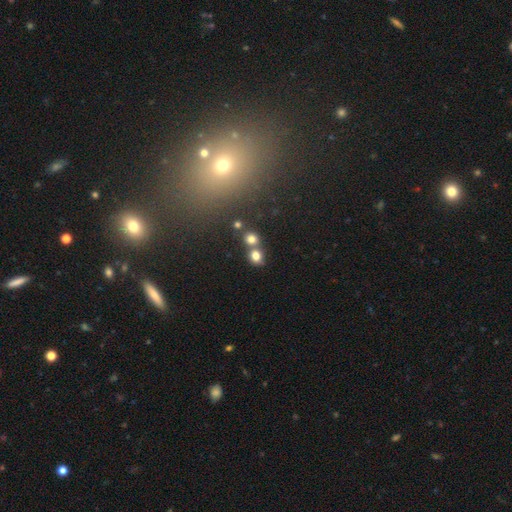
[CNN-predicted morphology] Q: Smooth or featured?
A: smooth (76%); runner-up: star or artifact (14%)
Q: How rounded?
A: round (74%); runner-up: in between (25%)
Q: Merging?
A: none (52%); runner-up: merger (36%)